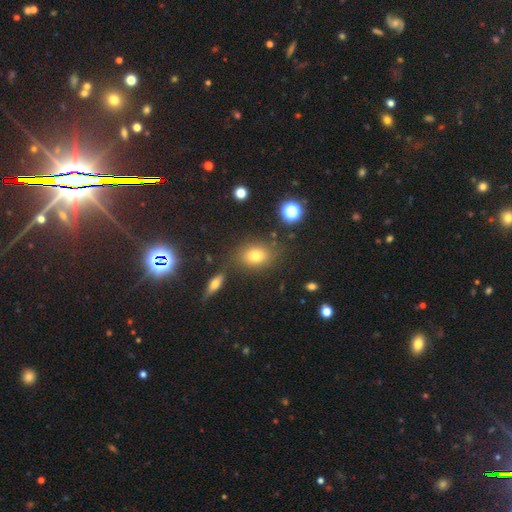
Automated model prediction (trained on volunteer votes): A smooth galaxy with no disk features (72%) that is in between round and cigar-shaped (60%). Merging: none (77%).